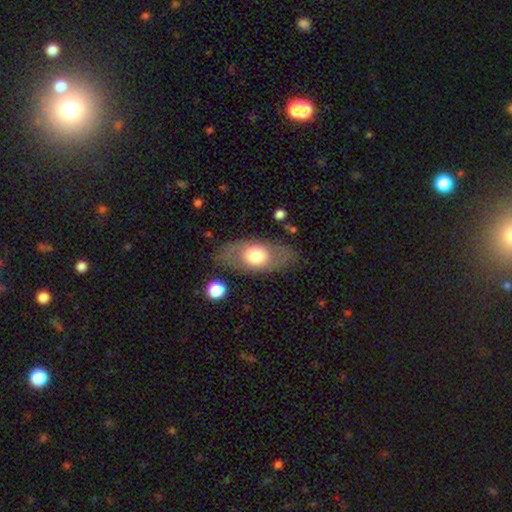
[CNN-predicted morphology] Overall: smooth (59%; featured or disk 35%). How rounded: in between (84%). Merging: none (76%).